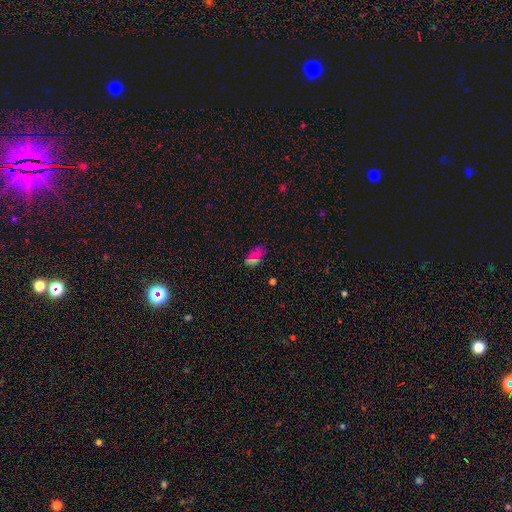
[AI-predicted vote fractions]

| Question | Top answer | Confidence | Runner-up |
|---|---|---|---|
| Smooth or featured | smooth | 62% | star or artifact (29%) |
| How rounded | in between | 90% | round (6%) |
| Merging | none | 70% | minor disturbance (19%) |